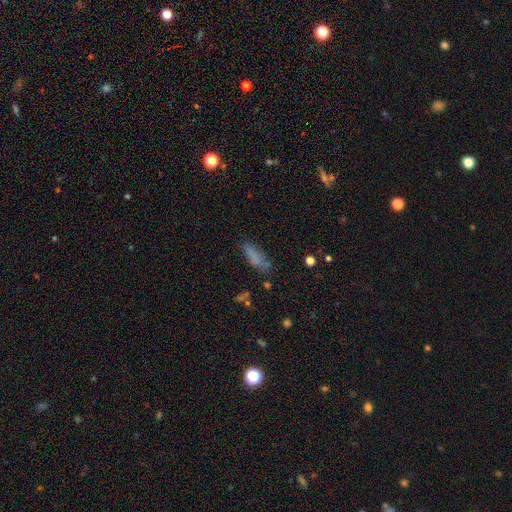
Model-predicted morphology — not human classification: Smooth or featured: smooth — 63% (star or artifact — 19%)
How rounded: cigar-shaped — 50% (in between — 46%)
Merging: none — 68% (minor disturbance — 19%)